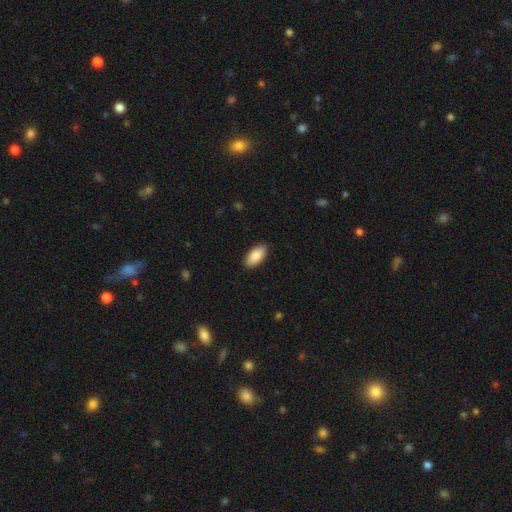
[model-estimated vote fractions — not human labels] Smooth or featured: smooth — 89% (star or artifact — 6%)
How rounded: in between — 93% (cigar-shaped — 5%)
Merging: none — 89% (minor disturbance — 9%)